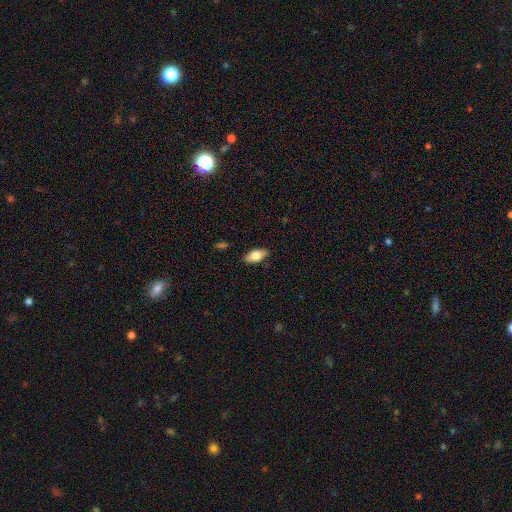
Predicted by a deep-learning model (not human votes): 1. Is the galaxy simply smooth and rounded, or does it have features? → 74% smooth, 19% featured or disk, 7% star or artifact.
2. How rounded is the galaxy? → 87% in between, 9% cigar-shaped, 4% round.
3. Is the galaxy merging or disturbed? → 85% none, 12% minor disturbance, 2% major disturbance, 1% merger.